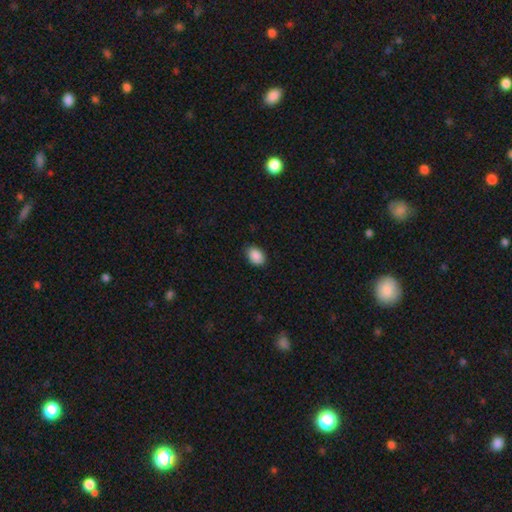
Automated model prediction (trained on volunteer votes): A smooth galaxy with no disk features (90%) that is in between round and cigar-shaped (82%).

Vote fractions:
- Smooth or featured? smooth: 90% / star or artifact: 7% / featured or disk: 3%
- How rounded? in between: 82% / round: 17% / cigar-shaped: 1%
- Merging? none: 85% / minor disturbance: 12% / major disturbance: 2% / merger: 1%